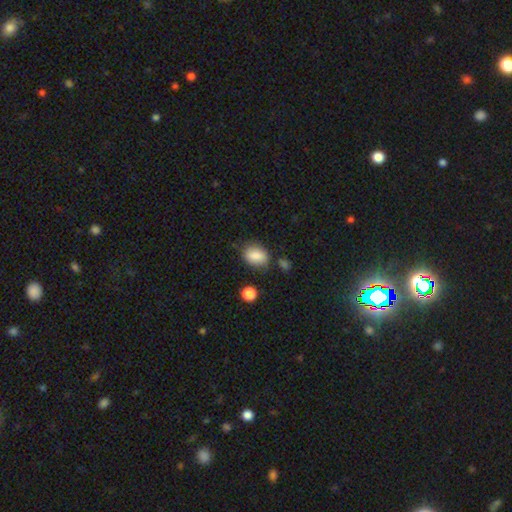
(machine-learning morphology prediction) Smooth or featured: smooth — 85% (star or artifact — 9%)
How rounded: in between — 74% (round — 25%)
Merging: none — 72% (minor disturbance — 19%)